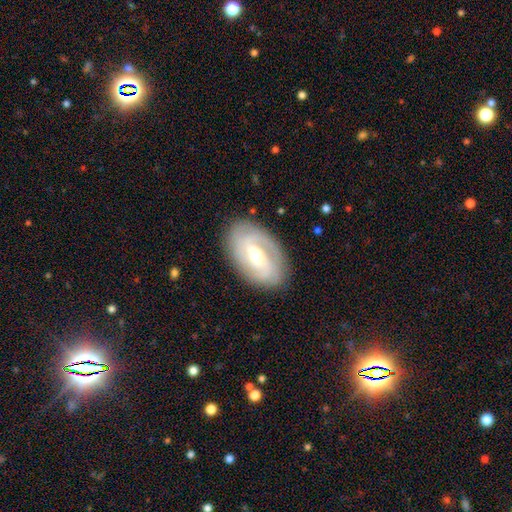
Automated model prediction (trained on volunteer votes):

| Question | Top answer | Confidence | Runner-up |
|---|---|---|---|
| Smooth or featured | featured or disk | 72% | smooth (19%) |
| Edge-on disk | no | 93% | yes (7%) |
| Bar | weak | 46% | strong (27%) |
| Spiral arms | yes | 83% | no (17%) |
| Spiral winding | tight | 54% | medium (31%) |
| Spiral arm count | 2 | 54% | can't tell (28%) |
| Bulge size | moderate | 61% | small (34%) |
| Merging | none | 82% | minor disturbance (13%) |